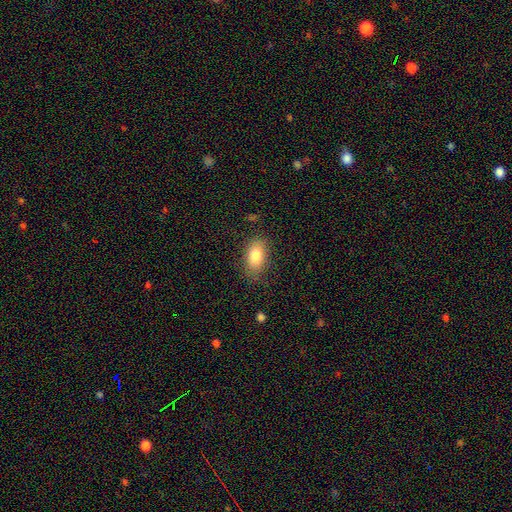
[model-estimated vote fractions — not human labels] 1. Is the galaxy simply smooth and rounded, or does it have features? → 82% smooth, 11% featured or disk, 8% star or artifact.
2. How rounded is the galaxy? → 90% in between, 6% round, 4% cigar-shaped.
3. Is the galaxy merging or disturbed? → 78% none, 16% minor disturbance, 5% major disturbance, 1% merger.